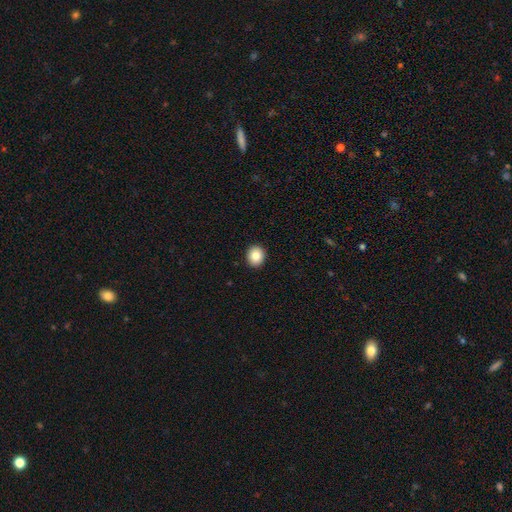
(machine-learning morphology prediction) Smooth or featured? Predicted: smooth (p=0.84). How rounded? Predicted: round (p=0.75). Merging? Predicted: none (p=0.92).